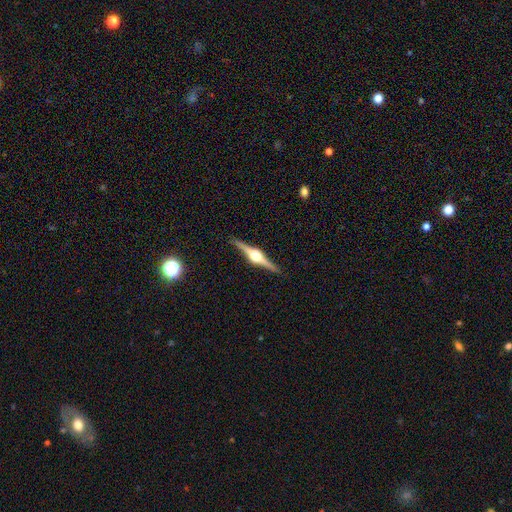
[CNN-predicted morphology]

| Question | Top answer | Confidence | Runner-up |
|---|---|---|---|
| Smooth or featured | featured or disk | 88% | smooth (8%) |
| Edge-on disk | yes | 99% | no (1%) |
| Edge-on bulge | rounded | 94% | boxy (4%) |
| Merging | none | 92% | minor disturbance (6%) |